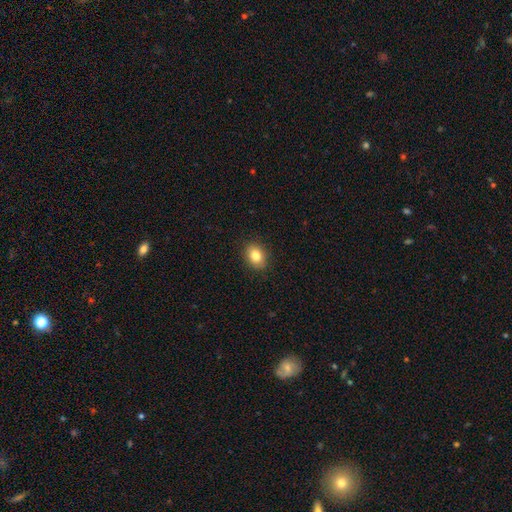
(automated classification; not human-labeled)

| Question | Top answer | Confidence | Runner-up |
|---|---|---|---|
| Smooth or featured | smooth | 83% | star or artifact (9%) |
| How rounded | in between | 60% | round (39%) |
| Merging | none | 89% | minor disturbance (8%) |